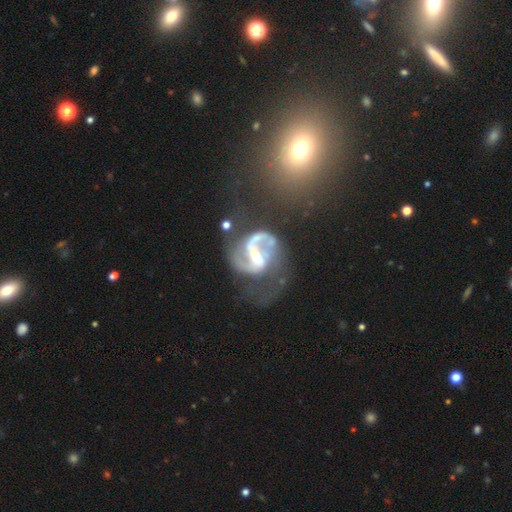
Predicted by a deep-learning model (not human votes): Smooth or featured?
  - featured or disk: 91% *
  - star or artifact: 5%
  - smooth: 3%
Edge-on disk?
  - no: 98% *
  - yes: 2%
Bar?
  - strong: 42% *
  - weak: 40%
  - no: 17%
Spiral arms?
  - yes: 97% *
  - no: 3%
Spiral winding?
  - medium: 50% *
  - loose: 38%
  - tight: 12%
Spiral arm count?
  - 2: 90% *
  - 1: 3%
  - can't tell: 3%
  - 3: 2%
  - 4: 1%
  - more than 4: 1%
Bulge size?
  - small: 51% *
  - moderate: 41%
  - none: 4%
  - large: 3%
  - dominant: 1%
Merging?
  - none: 44% *
  - major disturbance: 26%
  - minor disturbance: 19%
  - merger: 12%